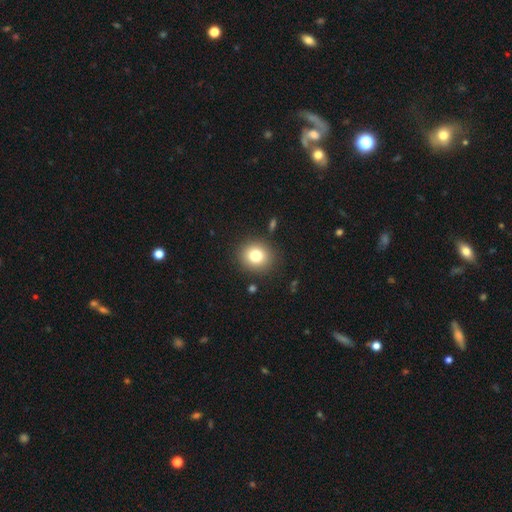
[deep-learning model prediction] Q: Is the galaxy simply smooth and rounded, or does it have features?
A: smooth — 79%.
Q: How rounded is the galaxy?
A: round — 85%.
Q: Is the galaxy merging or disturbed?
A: none — 87%.